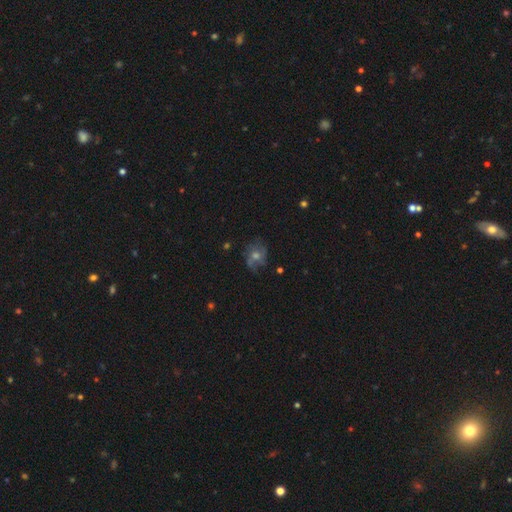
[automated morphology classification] Smooth or featured? featured or disk (53%)
Edge-on disk? no (96%)
Bar? no (78%)
Spiral arms? yes (75%)
Bulge size? moderate (64%)
Merging? none (68%)